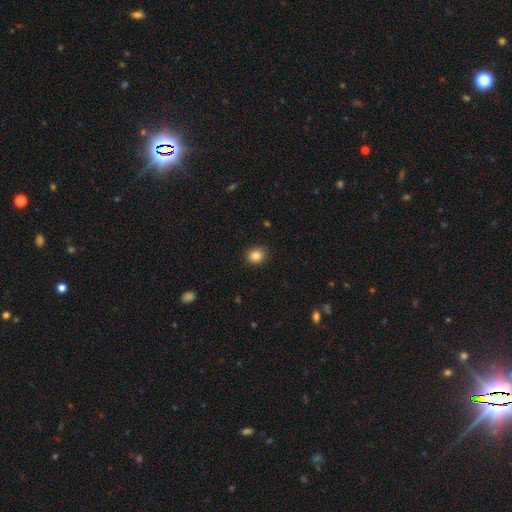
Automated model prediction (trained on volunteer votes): A smooth galaxy with no disk features (87%) that is round (62%). Merging: none (84%).